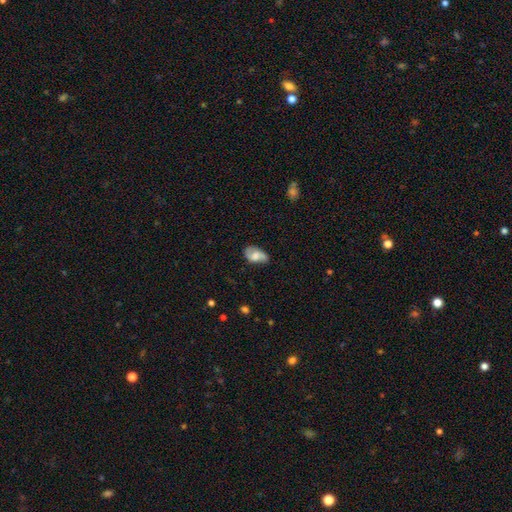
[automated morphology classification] type=featured or disk (48%); merging=none (60%).